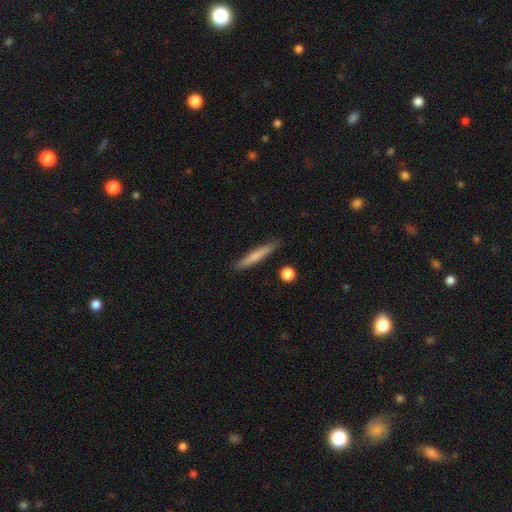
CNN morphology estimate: type=smooth (68%); roundness=cigar-shaped (94%); merging=none (88%).